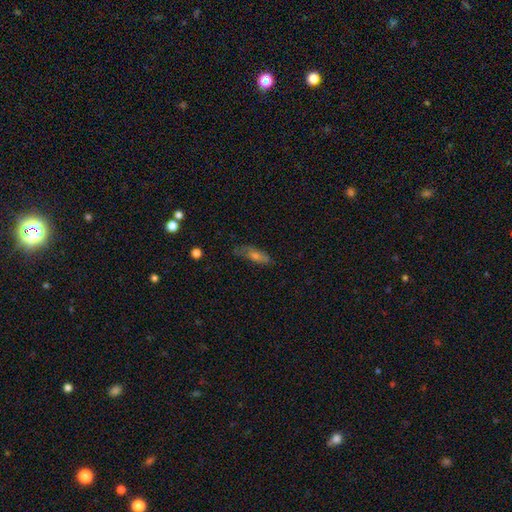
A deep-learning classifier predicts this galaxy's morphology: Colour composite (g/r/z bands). It shows a smooth galaxy with no disk features (52%) that is in between round and cigar-shaped (50%). Merging: none (70%).